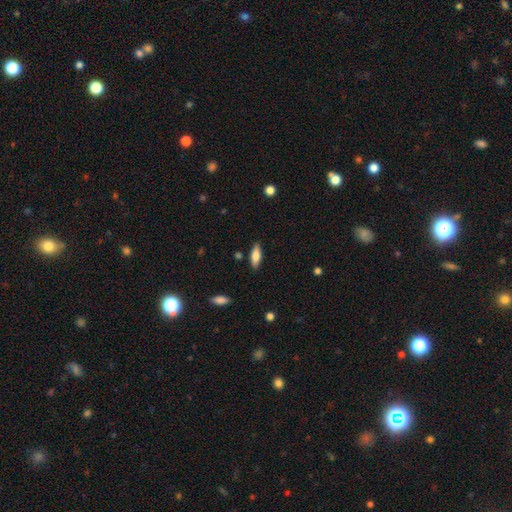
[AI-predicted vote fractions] smooth 73%, featured or disk 21%, star or artifact 6%. Down the decision tree: how rounded — in between (60%); merging — none (86%).